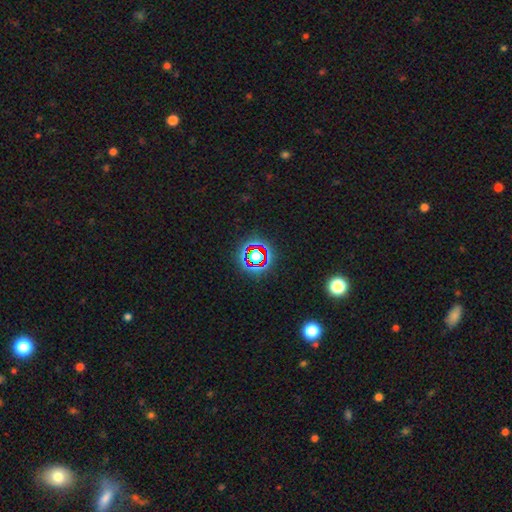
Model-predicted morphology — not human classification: This appears to be a star or artifact, not a galaxy (70%).